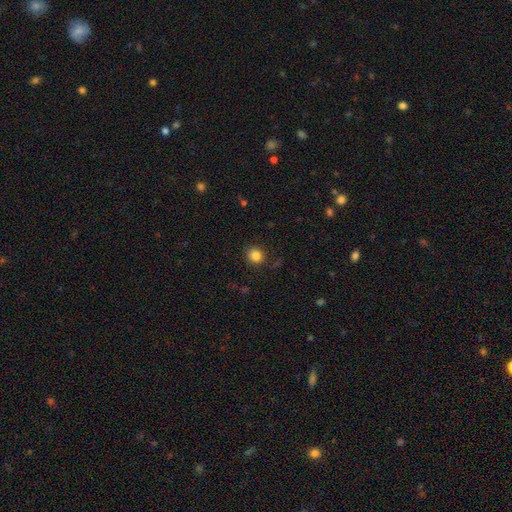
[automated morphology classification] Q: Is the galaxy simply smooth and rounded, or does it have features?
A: smooth — 84%.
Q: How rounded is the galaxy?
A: round — 82%.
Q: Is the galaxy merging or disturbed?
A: none — 85%.